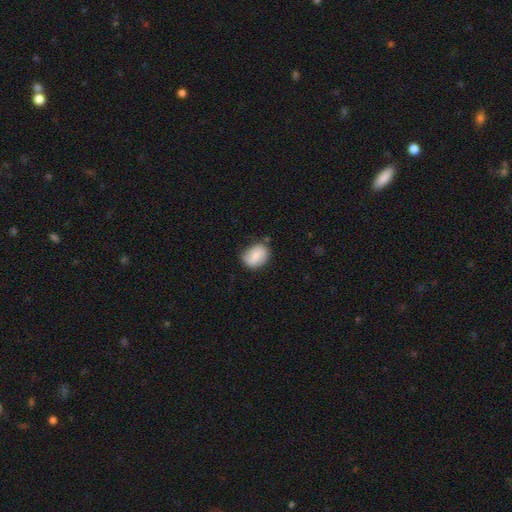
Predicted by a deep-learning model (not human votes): Smooth or featured: smooth — 73% (featured or disk — 19%)
How rounded: in between — 54% (round — 45%)
Merging: none — 65% (minor disturbance — 26%)